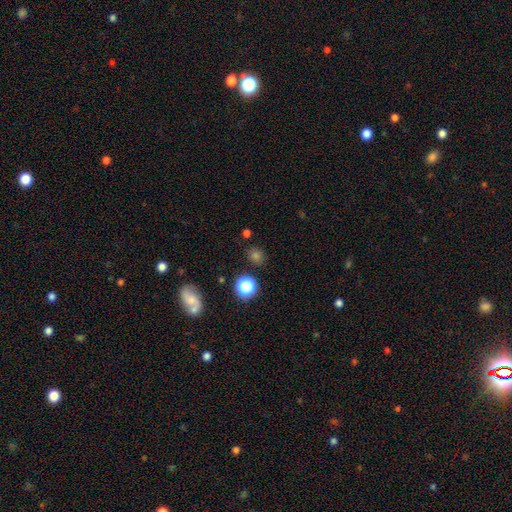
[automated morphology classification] Q: Smooth or featured?
A: smooth (60%); runner-up: star or artifact (29%)
Q: How rounded?
A: round (76%); runner-up: in between (23%)
Q: Merging?
A: none (82%); runner-up: minor disturbance (9%)